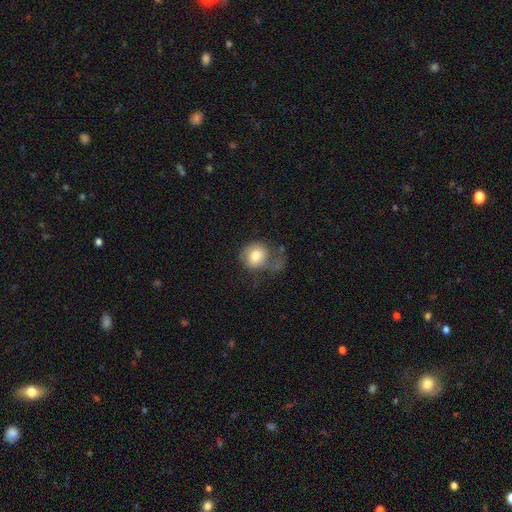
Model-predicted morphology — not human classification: Smooth or featured? smooth (74%)
How rounded? round (73%)
Merging? none (35%)